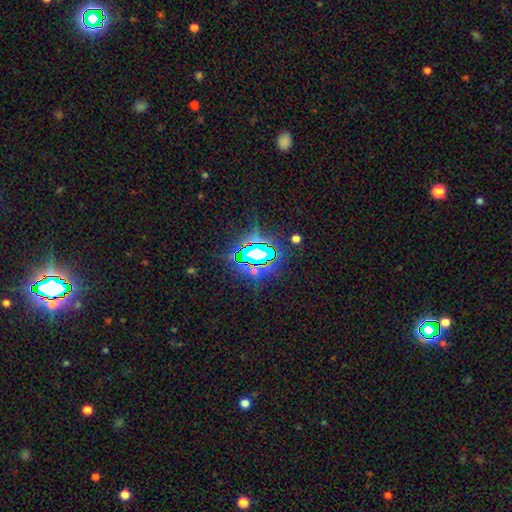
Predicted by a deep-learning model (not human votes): A star or artifact, not a galaxy (75%).

Vote fractions:
- Smooth or featured? star or artifact: 75% / smooth: 15% / featured or disk: 11%